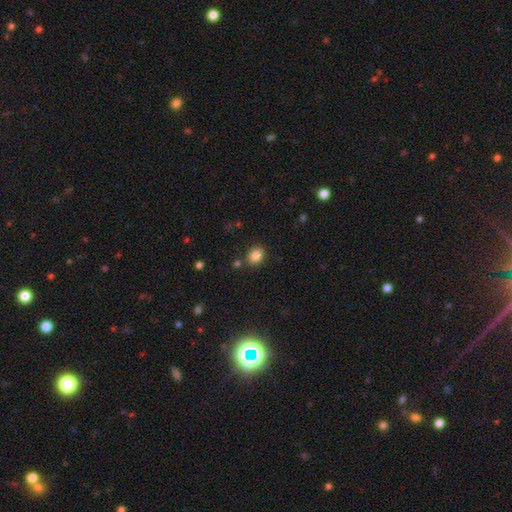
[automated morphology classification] Smooth or featured: smooth — 84% (star or artifact — 10%)
How rounded: in between — 51% (round — 48%)
Merging: none — 82% (minor disturbance — 10%)